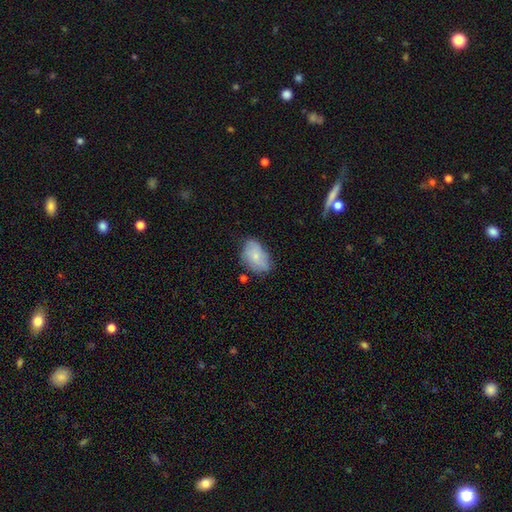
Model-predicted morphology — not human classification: Overall: smooth (68%). How rounded: in between (89%). Merging: none (61%; minor disturbance 29%).